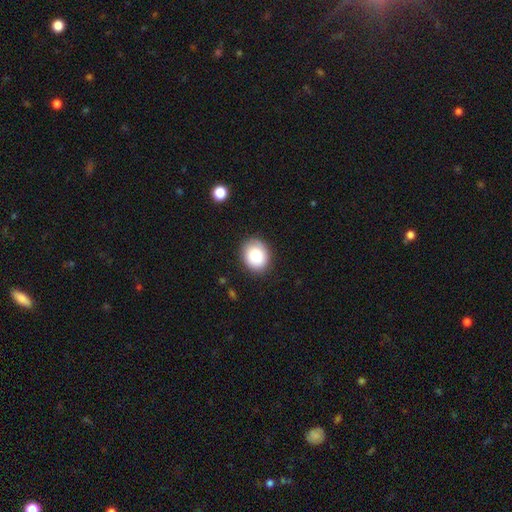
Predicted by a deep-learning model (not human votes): Q: Smooth or featured?
A: smooth (80%); runner-up: featured or disk (11%)
Q: How rounded?
A: round (59%); runner-up: in between (40%)
Q: Merging?
A: none (86%); runner-up: minor disturbance (11%)